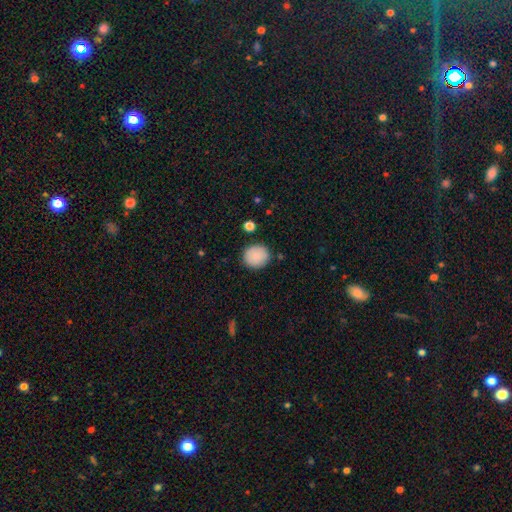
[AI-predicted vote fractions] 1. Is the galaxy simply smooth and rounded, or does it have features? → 88% smooth, 7% star or artifact, 5% featured or disk.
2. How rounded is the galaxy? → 84% round, 15% in between, 1% cigar-shaped.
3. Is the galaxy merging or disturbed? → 86% none, 9% minor disturbance, 2% major disturbance, 2% merger.